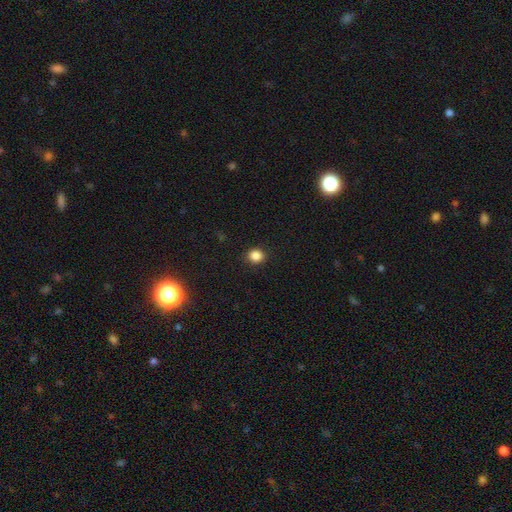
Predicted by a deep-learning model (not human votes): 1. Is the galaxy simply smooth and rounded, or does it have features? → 86% smooth, 11% star or artifact, 3% featured or disk.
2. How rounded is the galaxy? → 82% round, 17% in between, 1% cigar-shaped.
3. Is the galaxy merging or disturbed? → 91% none, 6% minor disturbance, 2% major disturbance, 1% merger.